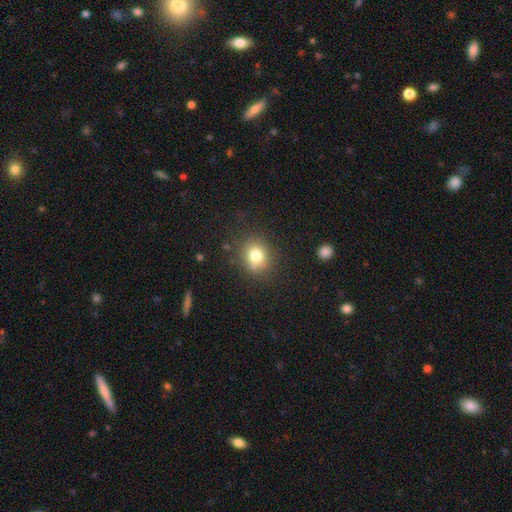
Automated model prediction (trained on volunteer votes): Q: Smooth or featured?
A: smooth (77%); runner-up: star or artifact (13%)
Q: How rounded?
A: round (70%); runner-up: in between (29%)
Q: Merging?
A: none (79%); runner-up: minor disturbance (13%)